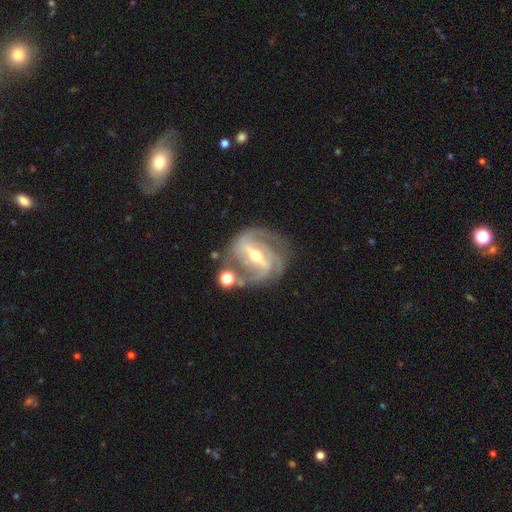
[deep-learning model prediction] Q: Smooth or featured?
A: featured or disk (91%); runner-up: star or artifact (5%)
Q: Edge-on disk?
A: no (96%); runner-up: yes (4%)
Q: Bar?
A: strong (67%); runner-up: weak (26%)
Q: Spiral arms?
A: yes (97%); runner-up: no (3%)
Q: Spiral winding?
A: medium (45%); runner-up: tight (43%)
Q: Spiral arm count?
A: 2 (39%); runner-up: 3 (35%)
Q: Bulge size?
A: moderate (60%); runner-up: small (36%)
Q: Merging?
A: none (68%); runner-up: minor disturbance (17%)